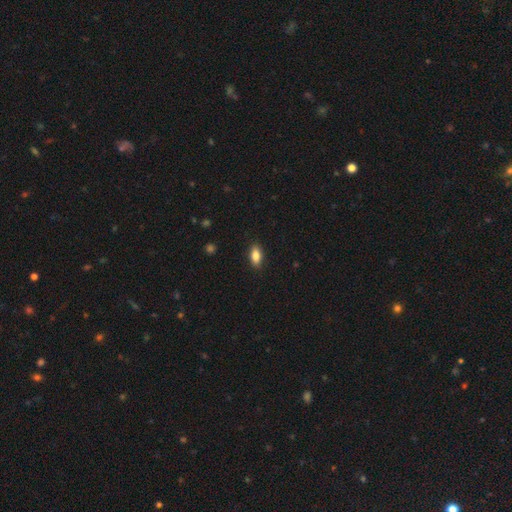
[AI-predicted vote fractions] Smooth or featured? Predicted: smooth (p=0.85). How rounded? Predicted: in between (p=0.89). Merging? Predicted: none (p=0.88).